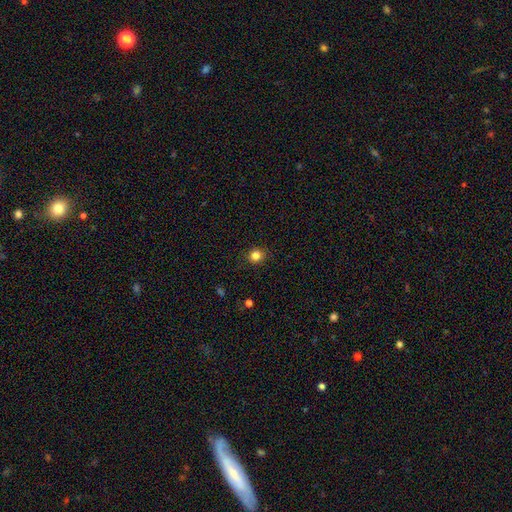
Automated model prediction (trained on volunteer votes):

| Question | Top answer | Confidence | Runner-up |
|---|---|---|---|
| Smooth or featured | smooth | 83% | star or artifact (13%) |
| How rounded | round | 85% | in between (14%) |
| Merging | none | 89% | minor disturbance (8%) |